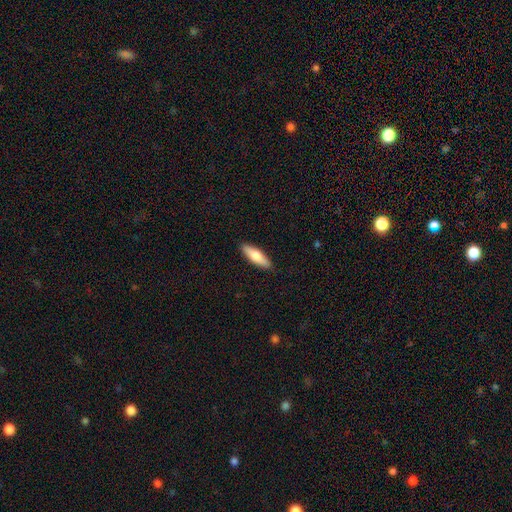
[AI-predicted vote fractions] Overall: smooth (73%). How rounded: cigar-shaped (53%; in between 45%). Merging: none (89%).